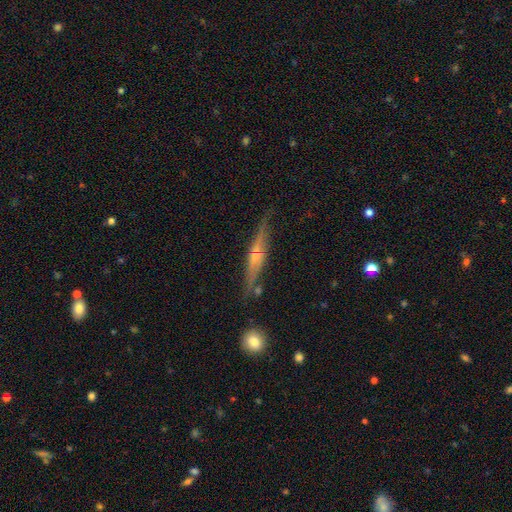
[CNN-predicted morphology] The model was most divided on "smooth or featured": featured or disk: 72%, smooth: 21%, star or artifact: 7%. More confident: edge-on disk — yes (94%); merging — none (80%); edge-on bulge — rounded (76%).